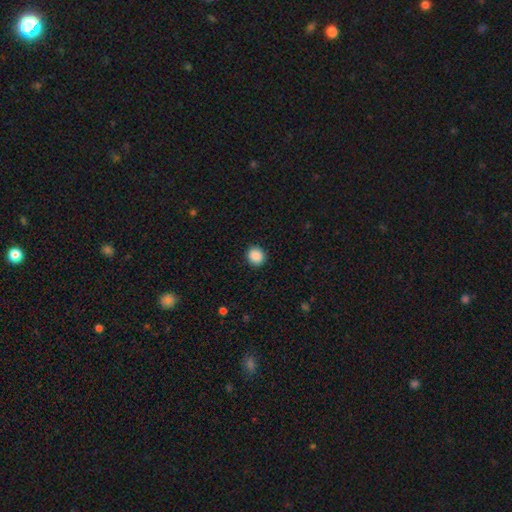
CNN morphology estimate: Smooth or featured? smooth (89%)
How rounded? round (86%)
Merging? none (91%)